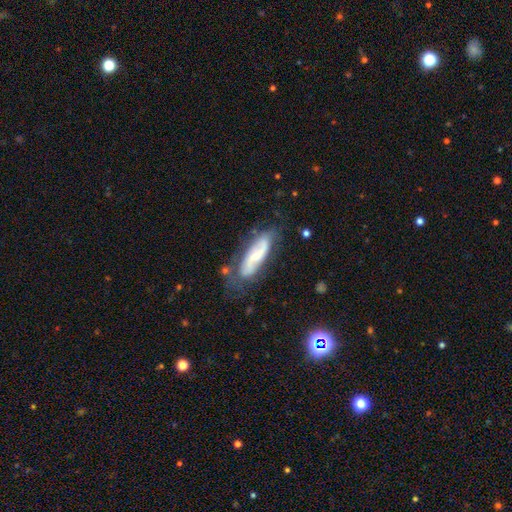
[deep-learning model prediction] The model was most divided on "bar": no: 44%, weak: 34%, strong: 22%. More confident: spiral arms — yes (84%); edge-on disk — no (82%); smooth or featured — featured or disk (69%); merging — none (68%); bulge size — small (58%).